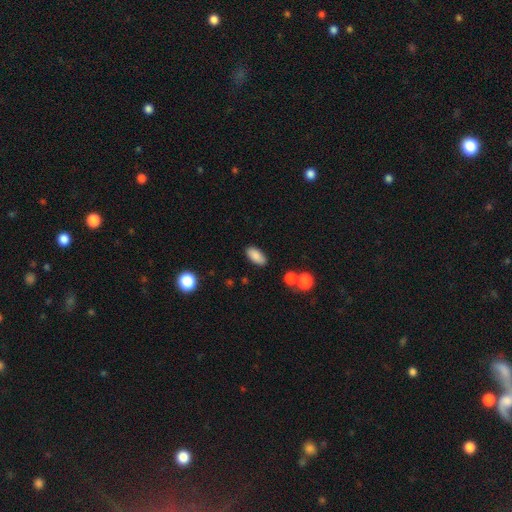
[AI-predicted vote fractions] This appears to be a smooth galaxy with no disk features (87%) that is in between round and cigar-shaped (91%). Merging: none (85%).